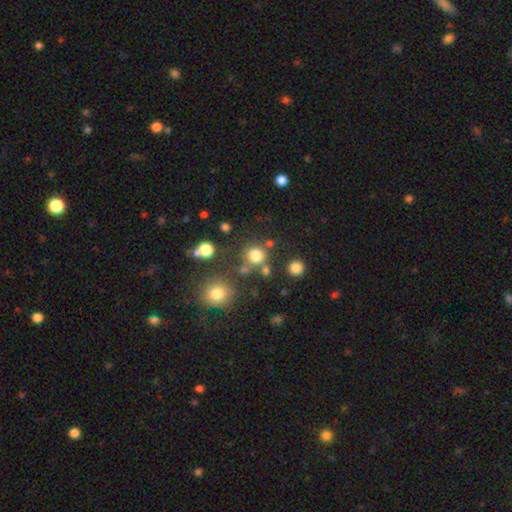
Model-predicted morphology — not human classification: smooth 78%, star or artifact 15%, featured or disk 7%. Down the decision tree: how rounded — round (89%); merging — none (69%).